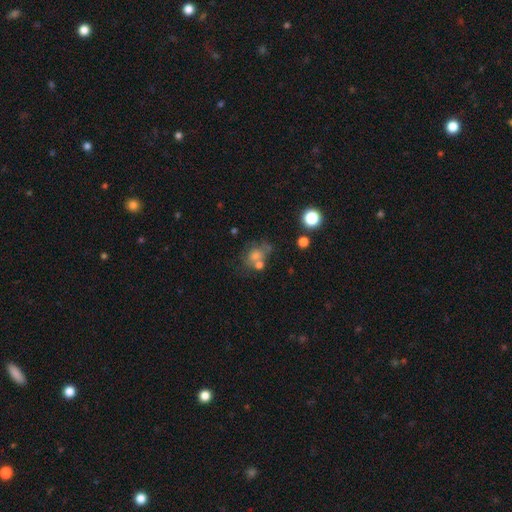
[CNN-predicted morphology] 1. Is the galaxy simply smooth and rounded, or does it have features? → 47% smooth, 27% featured or disk, 25% star or artifact.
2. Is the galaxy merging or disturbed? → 47% none, 23% merger, 17% minor disturbance, 13% major disturbance.